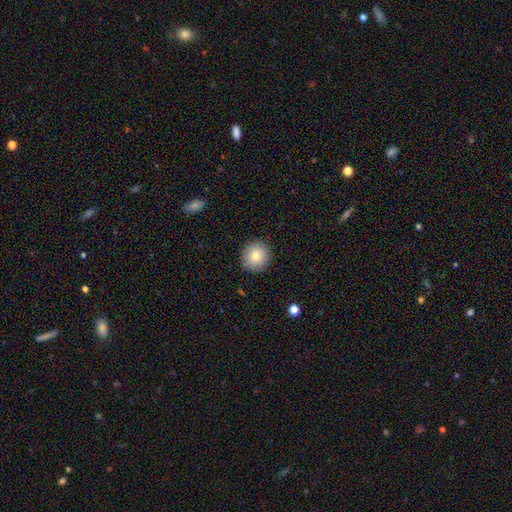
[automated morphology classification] Smooth or featured? smooth (80%)
How rounded? round (94%)
Merging? none (90%)